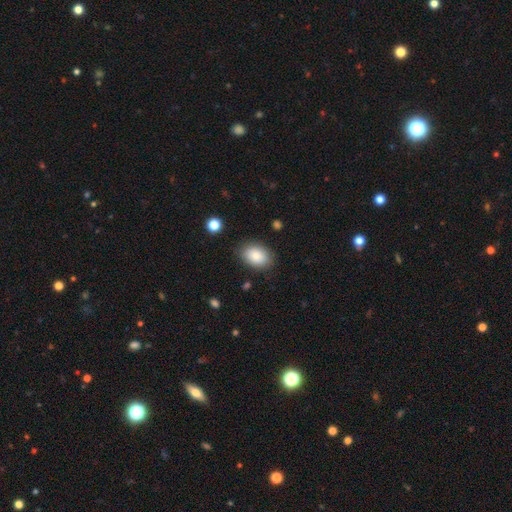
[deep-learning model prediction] Smooth or featured? smooth (84%)
How rounded? in between (81%)
Merging? none (84%)